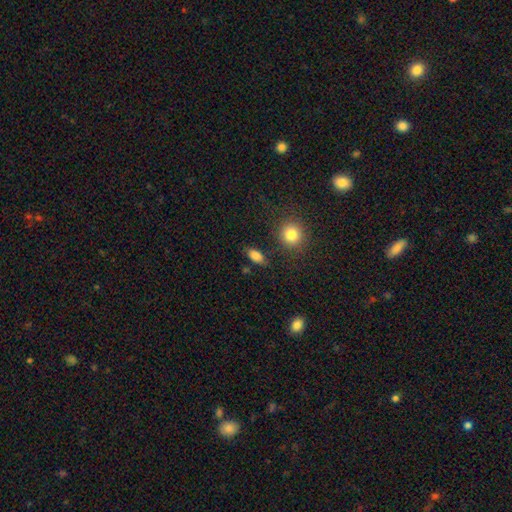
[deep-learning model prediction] A smooth galaxy with no disk features (85%) that is in between round and cigar-shaped (86%).

Vote fractions:
- Smooth or featured? smooth: 85% / star or artifact: 9% / featured or disk: 6%
- How rounded? in between: 86% / round: 8% / cigar-shaped: 6%
- Merging? none: 80% / minor disturbance: 12% / major disturbance: 4% / merger: 3%